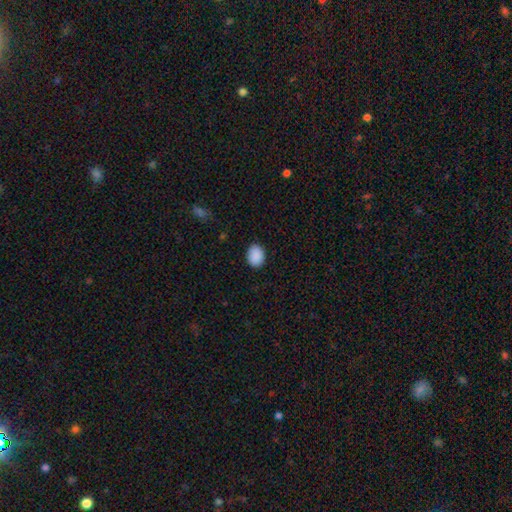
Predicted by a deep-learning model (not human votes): This is clearly a smooth galaxy (90%). How rounded: possibly in between (60%). Merging: clearly none (87%).